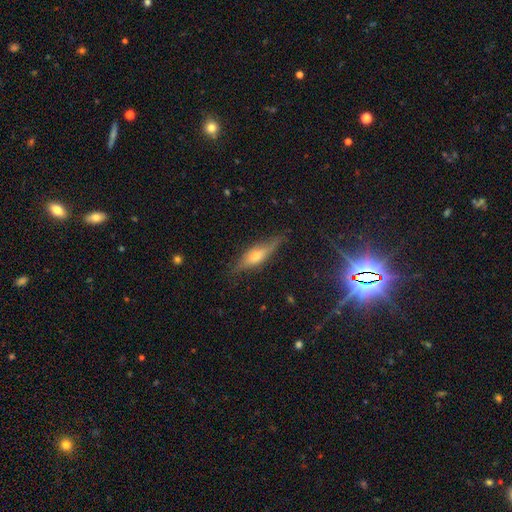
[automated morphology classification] Q: Smooth or featured?
A: featured or disk (57%); runner-up: smooth (33%)
Q: Edge-on disk?
A: yes (88%); runner-up: no (12%)
Q: Edge-on bulge?
A: rounded (86%); runner-up: boxy (9%)
Q: Merging?
A: none (77%); runner-up: minor disturbance (17%)